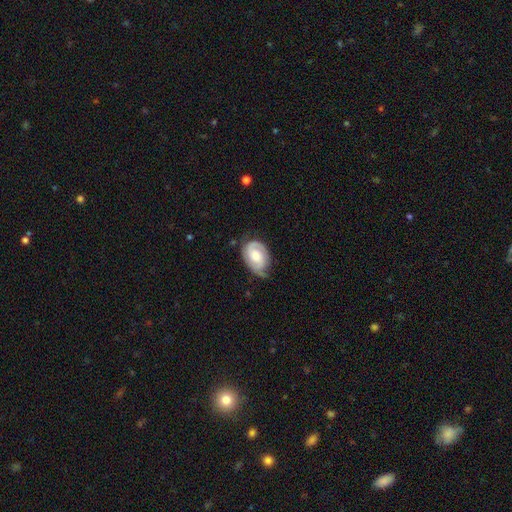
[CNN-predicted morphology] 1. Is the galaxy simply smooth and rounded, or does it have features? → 60% featured or disk, 34% smooth, 6% star or artifact.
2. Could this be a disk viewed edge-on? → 96% no, 4% yes.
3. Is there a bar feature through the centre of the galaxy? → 66% no, 29% weak, 6% strong.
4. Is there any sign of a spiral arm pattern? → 85% yes, 15% no.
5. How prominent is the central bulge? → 58% moderate, 30% small, 8% large, 3% none, 1% dominant.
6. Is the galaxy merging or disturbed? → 55% none, 33% minor disturbance, 10% major disturbance, 2% merger.